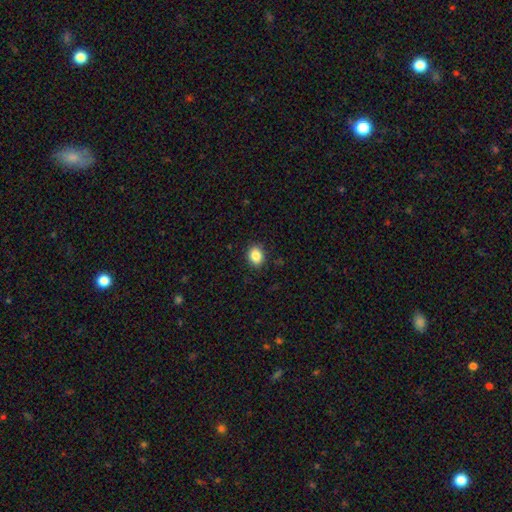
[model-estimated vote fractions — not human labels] Morphology: type=smooth (86%); roundness=round (54%); merging=none (88%).